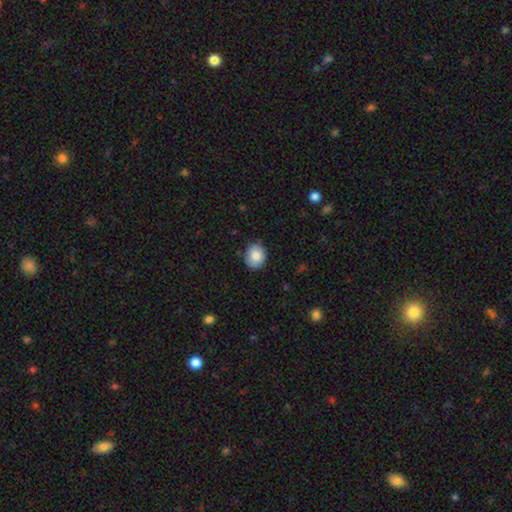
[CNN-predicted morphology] Overall: smooth (84%). How rounded: round (63%; in between 36%). Merging: none (83%).